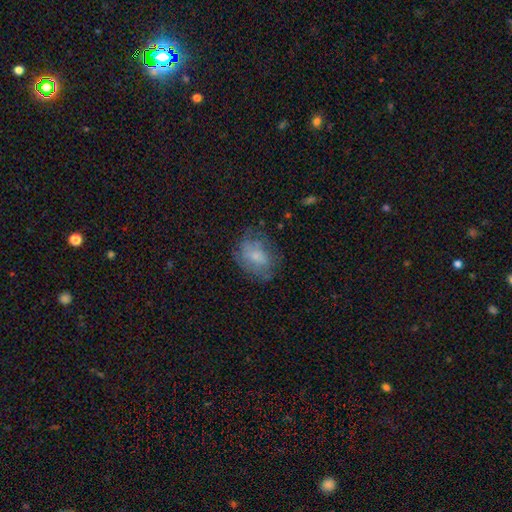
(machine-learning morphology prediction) This appears to be a smooth galaxy with no disk features (59%) that is in between round and cigar-shaped (71%). Merging: none (58%).